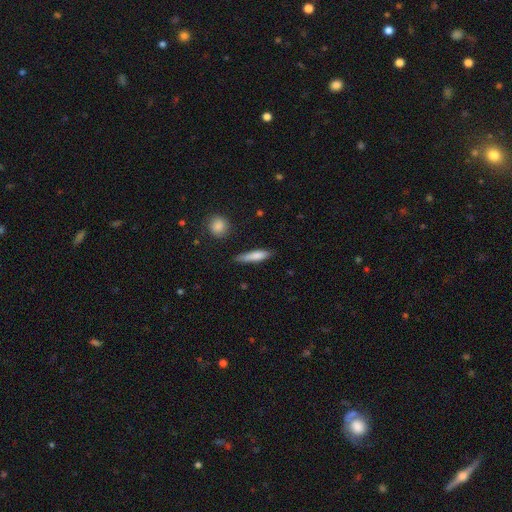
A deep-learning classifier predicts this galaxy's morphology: smooth-or-featured: smooth: 77% | featured or disk: 17% | star or artifact: 6%
  how-rounded: cigar-shaped: 79% | in between: 19% | round: 2%
  merging: none: 77% | minor disturbance: 17% | major disturbance: 3% | merger: 2%